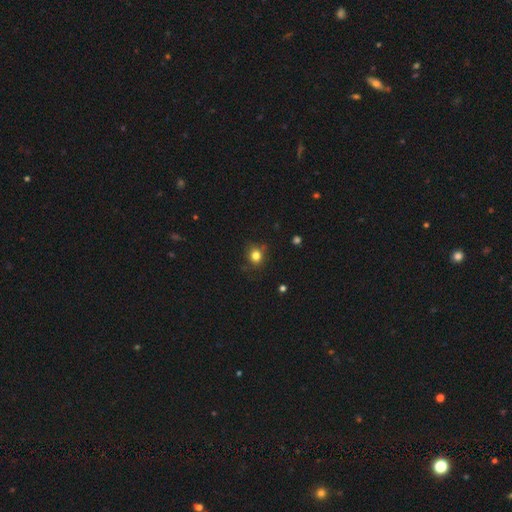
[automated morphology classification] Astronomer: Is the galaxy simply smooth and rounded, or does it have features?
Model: smooth — 81%.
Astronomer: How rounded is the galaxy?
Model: round — 79%.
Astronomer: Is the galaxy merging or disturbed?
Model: none — 78%.